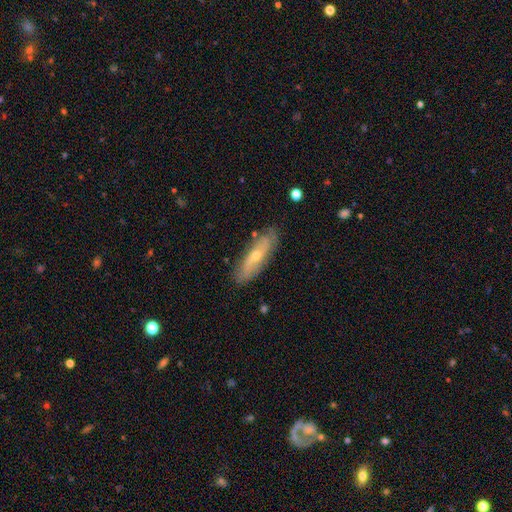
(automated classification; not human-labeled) Overall: featured or disk (59%; smooth 34%). Edge-on disk: no (64%; yes 36%). Merging: none (83%).